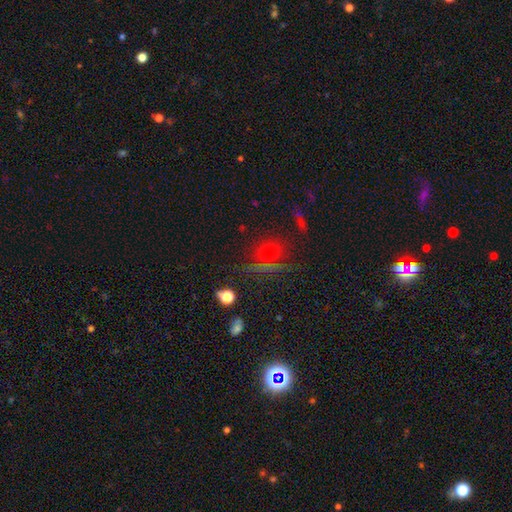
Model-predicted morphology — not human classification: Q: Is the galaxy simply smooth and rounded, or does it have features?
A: star or artifact — 54%.